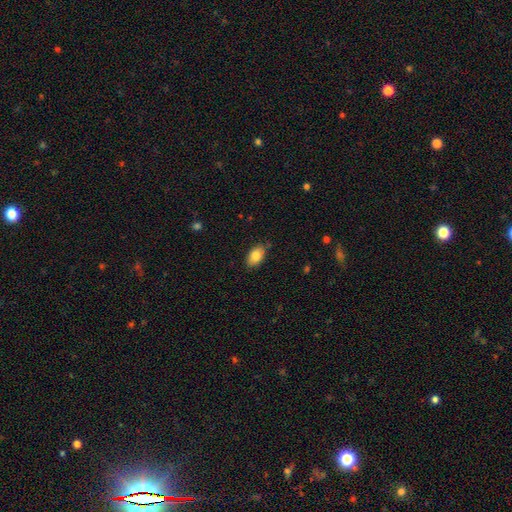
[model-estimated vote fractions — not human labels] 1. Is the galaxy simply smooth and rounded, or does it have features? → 83% smooth, 9% featured or disk, 7% star or artifact.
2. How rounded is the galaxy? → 89% in between, 9% round, 2% cigar-shaped.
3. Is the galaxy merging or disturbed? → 80% none, 16% minor disturbance, 3% major disturbance, 2% merger.